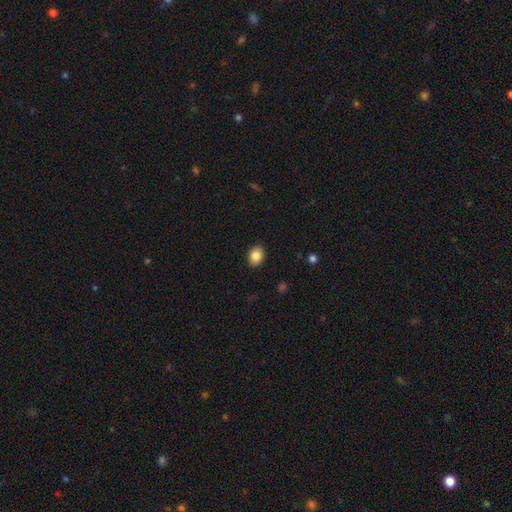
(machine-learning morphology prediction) Smooth or featured?
  - smooth: 86% *
  - star or artifact: 8%
  - featured or disk: 6%
How rounded?
  - in between: 60% *
  - round: 39%
  - cigar-shaped: 1%
Merging?
  - none: 90% *
  - minor disturbance: 7%
  - major disturbance: 2%
  - merger: 1%